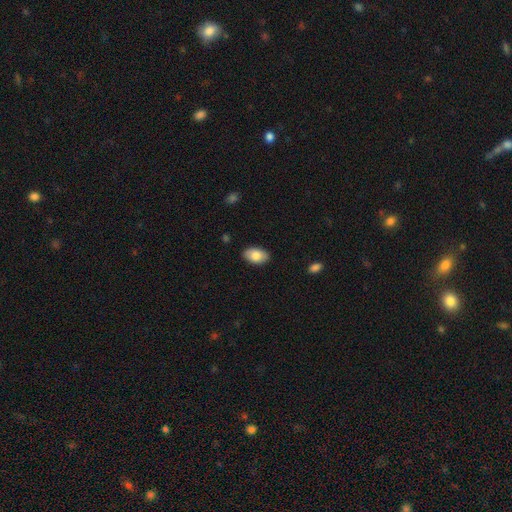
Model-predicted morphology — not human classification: Smooth or featured: smooth — 82% (featured or disk — 11%)
How rounded: in between — 92% (round — 6%)
Merging: none — 87% (minor disturbance — 10%)